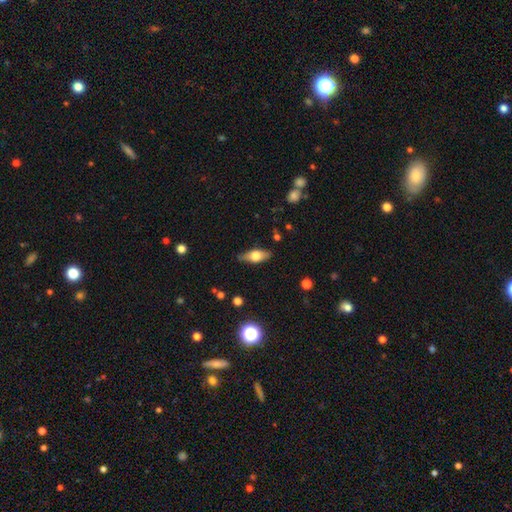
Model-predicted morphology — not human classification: Q: Smooth or featured?
A: smooth (55%); runner-up: featured or disk (38%)
Q: How rounded?
A: in between (75%); runner-up: cigar-shaped (21%)
Q: Merging?
A: none (83%); runner-up: minor disturbance (13%)